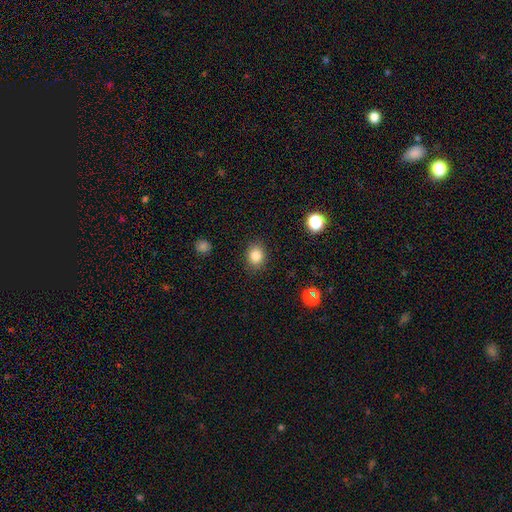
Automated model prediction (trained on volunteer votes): A smooth galaxy with no disk features (84%) that is round (59%).

Vote fractions:
- Smooth or featured? smooth: 84% / star or artifact: 11% / featured or disk: 5%
- How rounded? round: 59% / in between: 40% / cigar-shaped: 1%
- Merging? none: 87% / minor disturbance: 9% / major disturbance: 3% / merger: 1%